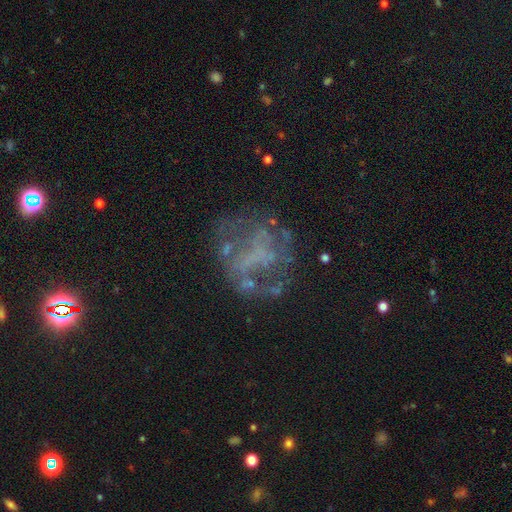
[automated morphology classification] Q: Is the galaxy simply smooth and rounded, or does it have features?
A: featured or disk — 62%.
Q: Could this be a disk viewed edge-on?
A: no — 97%.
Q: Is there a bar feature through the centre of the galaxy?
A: no — 74%.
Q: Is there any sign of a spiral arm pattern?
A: no — 67%.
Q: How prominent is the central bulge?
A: none — 76%.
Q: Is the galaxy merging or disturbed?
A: none — 58%.